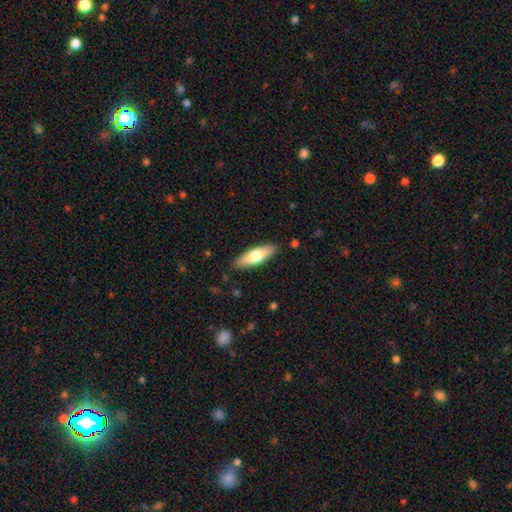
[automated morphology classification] A smooth galaxy with no disk features (66%) that is in between round and cigar-shaped (55%).

Vote fractions:
- Smooth or featured? smooth: 66% / featured or disk: 29% / star or artifact: 5%
- How rounded? in between: 55% / cigar-shaped: 43% / round: 2%
- Merging? none: 87% / minor disturbance: 10% / major disturbance: 2% / merger: 1%